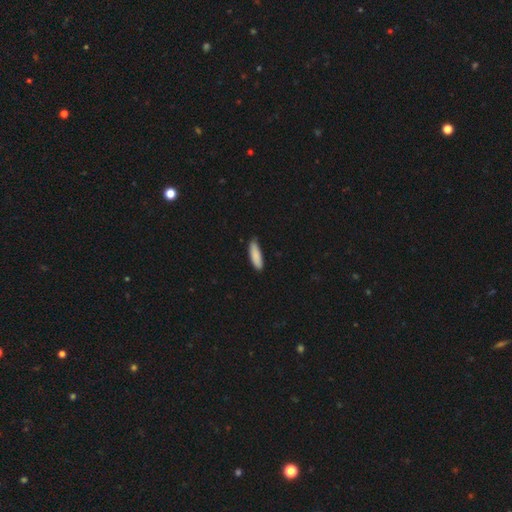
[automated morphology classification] smooth-or-featured: smooth: 88% | featured or disk: 6% | star or artifact: 6%
  how-rounded: cigar-shaped: 57% | in between: 42% | round: 1%
  merging: none: 81% | minor disturbance: 16% | major disturbance: 2% | merger: 1%